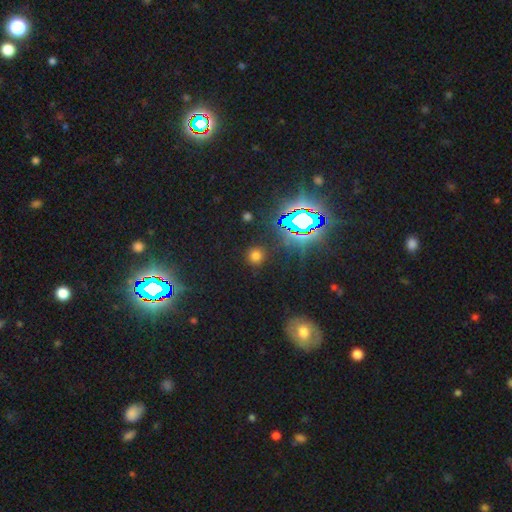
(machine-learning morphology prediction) A smooth galaxy with no disk features (62%) that is round (92%).

Vote fractions:
- Smooth or featured? smooth: 62% / star or artifact: 32% / featured or disk: 6%
- How rounded? round: 92% / in between: 7% / cigar-shaped: 1%
- Merging? none: 87% / minor disturbance: 7% / major disturbance: 3% / merger: 2%